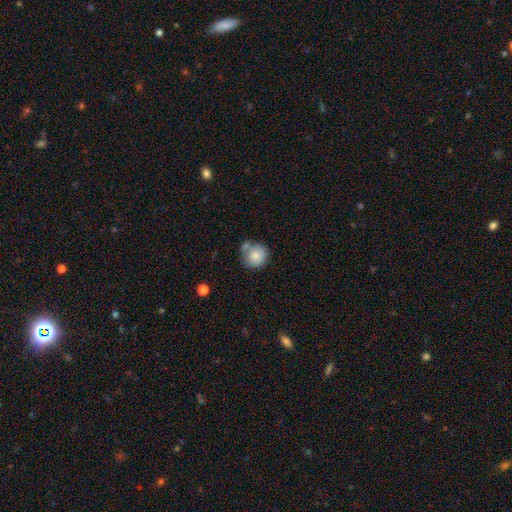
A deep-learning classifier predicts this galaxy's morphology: This appears to be a smooth galaxy with no disk features (82%) that is round (90%). Merging: none (53%).